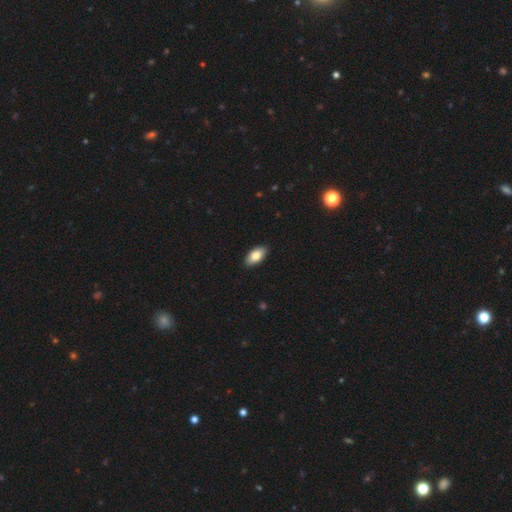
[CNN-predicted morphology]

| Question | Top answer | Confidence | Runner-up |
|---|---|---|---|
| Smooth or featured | smooth | 83% | featured or disk (10%) |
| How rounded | in between | 93% | cigar-shaped (4%) |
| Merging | none | 89% | minor disturbance (8%) |